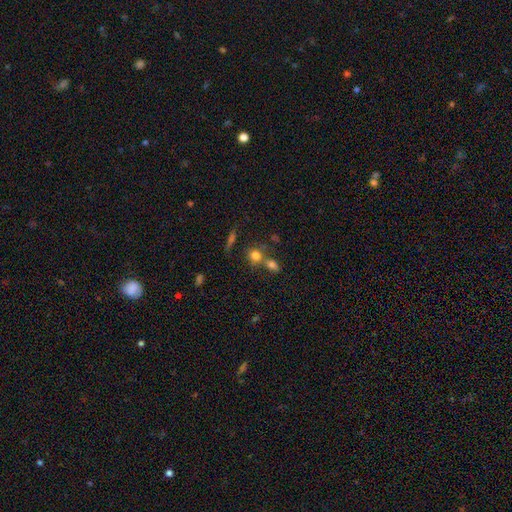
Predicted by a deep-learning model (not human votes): A smooth galaxy with no disk features (74%) that is round (72%). Merging: none (46%).